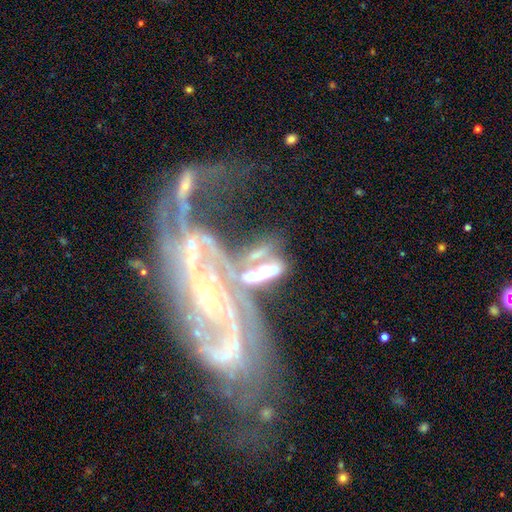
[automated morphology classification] Smooth or featured?
  - featured or disk: 62% *
  - smooth: 25%
  - star or artifact: 13%
Edge-on disk?
  - no: 78% *
  - yes: 22%
Merging?
  - merger: 48% *
  - none: 21%
  - major disturbance: 18%
  - minor disturbance: 13%